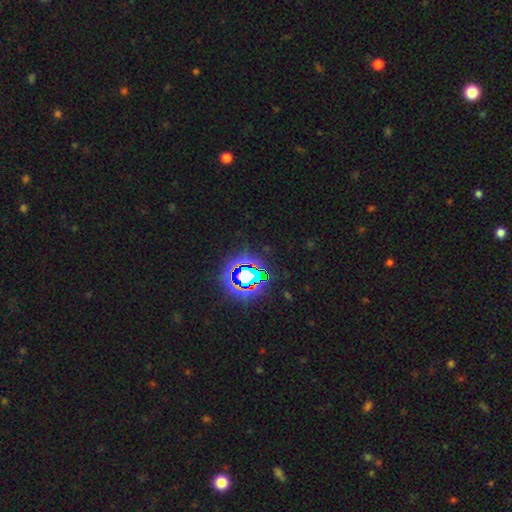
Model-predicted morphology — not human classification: Q: Smooth or featured?
A: star or artifact (80%); runner-up: smooth (13%)